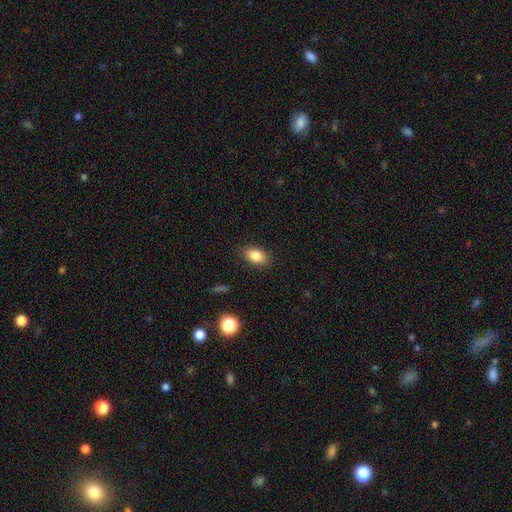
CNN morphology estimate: Smooth or featured? Predicted: smooth (p=0.84). How rounded? Predicted: in between (p=0.85). Merging? Predicted: none (p=0.86).